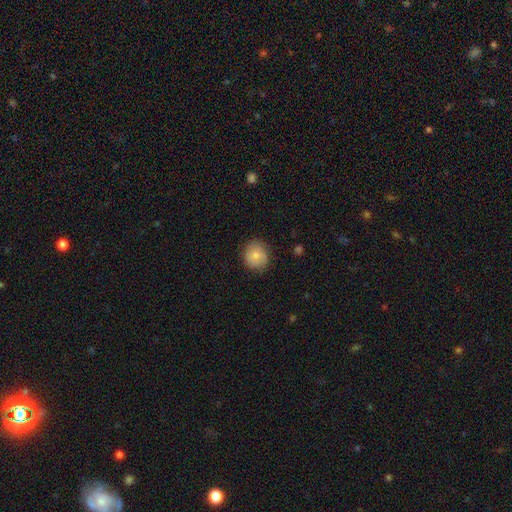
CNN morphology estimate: smooth_or_featured: smooth (p=0.79) [alt: featured or disk p=0.14]
how_rounded: round (p=0.83) [alt: in between p=0.16]
merging: none (p=0.81) [alt: minor disturbance p=0.15]